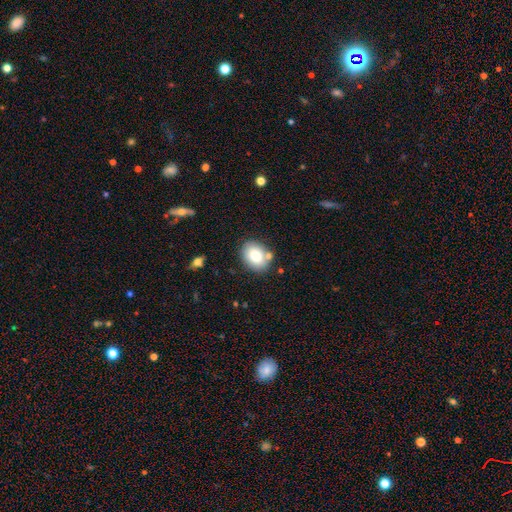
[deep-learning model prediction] The model was most divided on "how rounded": in between: 67%, round: 32%, cigar-shaped: 1%. More confident: smooth or featured — smooth (80%); merging — none (76%).